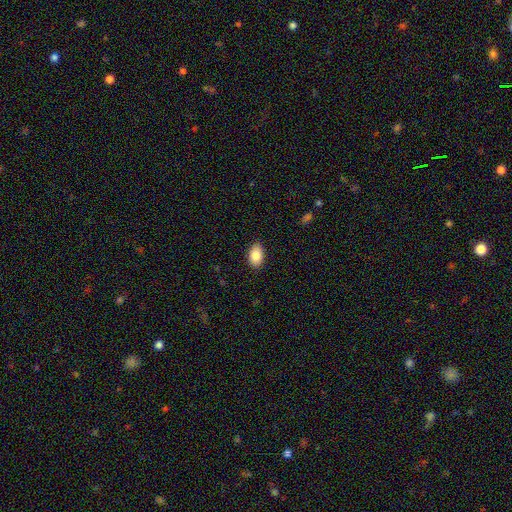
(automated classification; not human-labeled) Smooth or featured: smooth — 85% (featured or disk — 7%)
How rounded: in between — 90% (round — 9%)
Merging: none — 88% (minor disturbance — 9%)